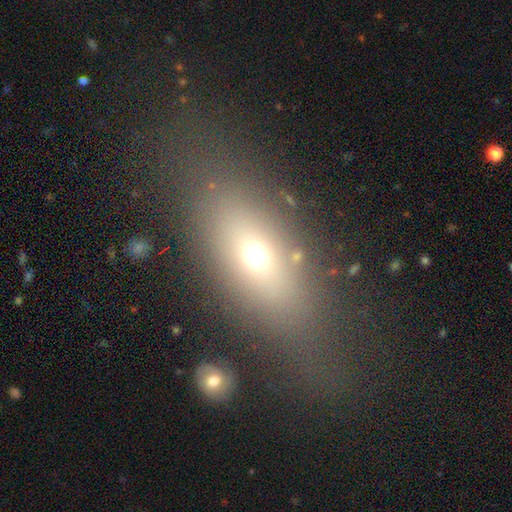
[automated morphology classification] Smooth or featured: smooth — 61% (featured or disk — 25%)
How rounded: in between — 67% (cigar-shaped — 21%)
Merging: none — 63% (major disturbance — 17%)